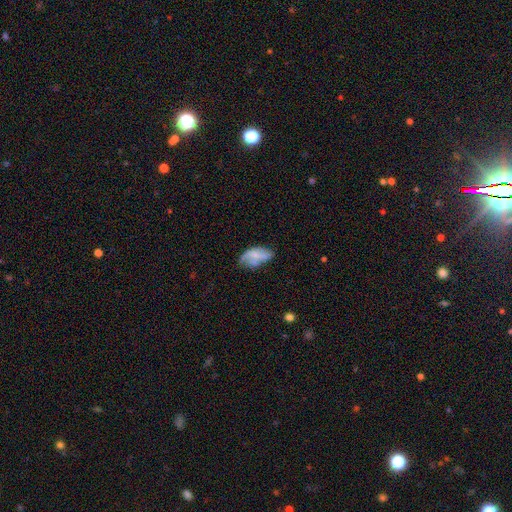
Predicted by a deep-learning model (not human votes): This is possibly a smooth galaxy (54%). How rounded: clearly in between (92%). Merging: marginally none (40%).